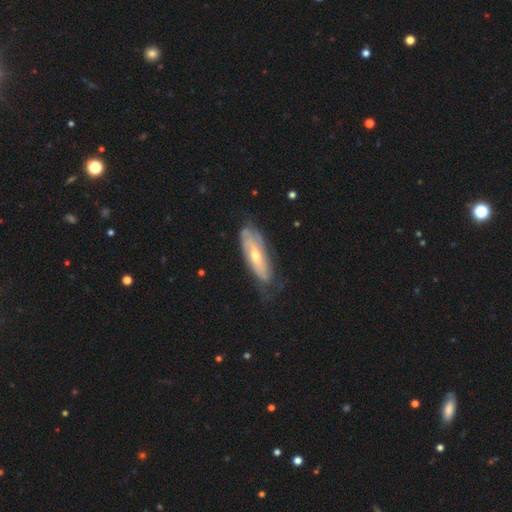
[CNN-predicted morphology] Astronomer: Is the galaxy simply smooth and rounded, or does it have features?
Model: featured or disk — 66%.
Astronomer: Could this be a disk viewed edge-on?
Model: no — 75%.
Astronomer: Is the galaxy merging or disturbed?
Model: none — 64%.